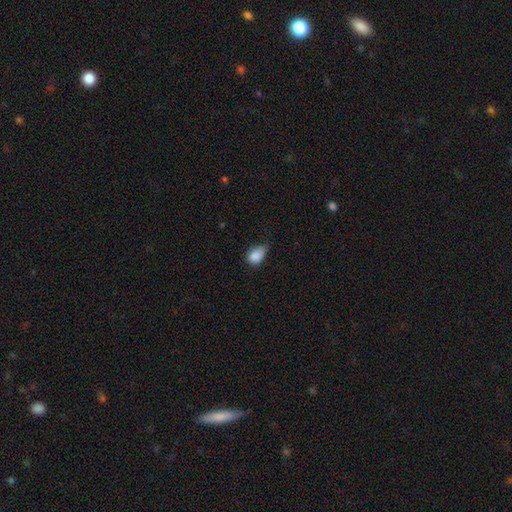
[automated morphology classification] A smooth galaxy with no disk features (86%) that is in between round and cigar-shaped (76%).

Vote fractions:
- Smooth or featured? smooth: 86% / star or artifact: 9% / featured or disk: 5%
- How rounded? in between: 76% / round: 22% / cigar-shaped: 1%
- Merging? minor disturbance: 46% / none: 42% / major disturbance: 9% / merger: 2%